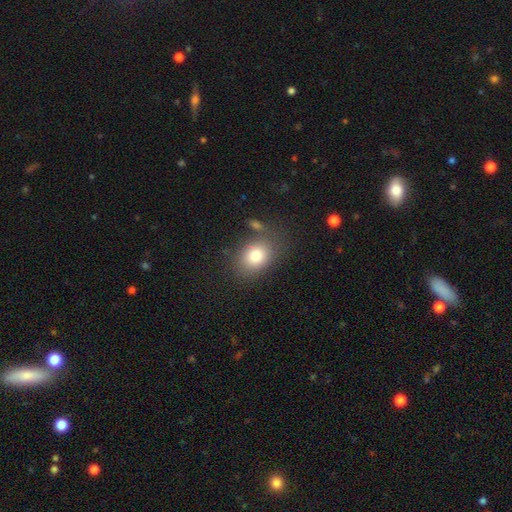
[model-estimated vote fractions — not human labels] smooth_or_featured: smooth (p=0.80) [alt: featured or disk p=0.10]
how_rounded: in between (p=0.63) [alt: round p=0.36]
merging: none (p=0.71) [alt: minor disturbance p=0.15]